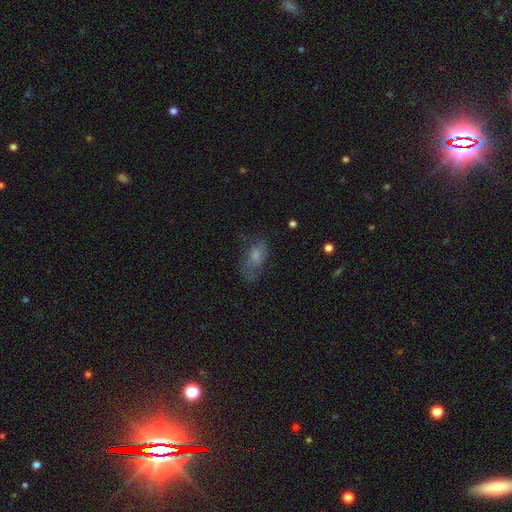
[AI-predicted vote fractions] This is possibly a smooth galaxy (53%). How rounded: clearly in between (82%). Merging: possibly none (56%).